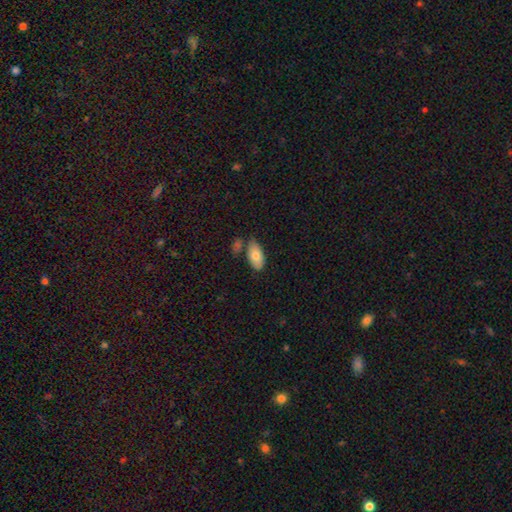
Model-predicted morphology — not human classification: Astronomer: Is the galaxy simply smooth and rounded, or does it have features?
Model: smooth — 78%.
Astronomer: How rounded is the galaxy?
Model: in between — 93%.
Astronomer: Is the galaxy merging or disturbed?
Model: none — 64%.